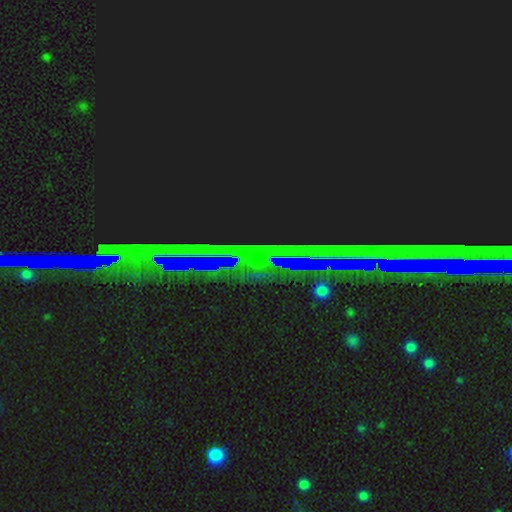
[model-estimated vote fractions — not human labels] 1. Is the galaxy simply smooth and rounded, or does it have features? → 65% star or artifact, 22% featured or disk, 12% smooth.